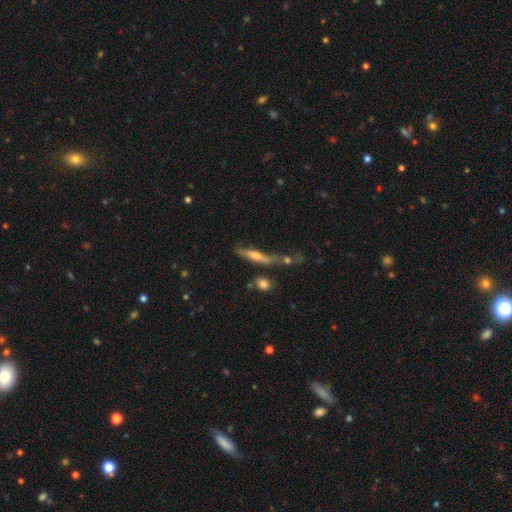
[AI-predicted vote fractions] This is possibly a featured or disk galaxy (53%). It is clearly viewed edge-on (87%). Merging: possibly none (51%).